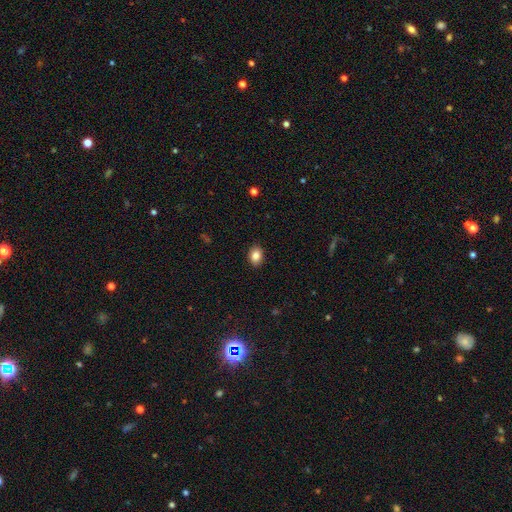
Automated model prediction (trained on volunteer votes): Overall: smooth (84%). How rounded: in between (69%; round 30%). Merging: none (90%).